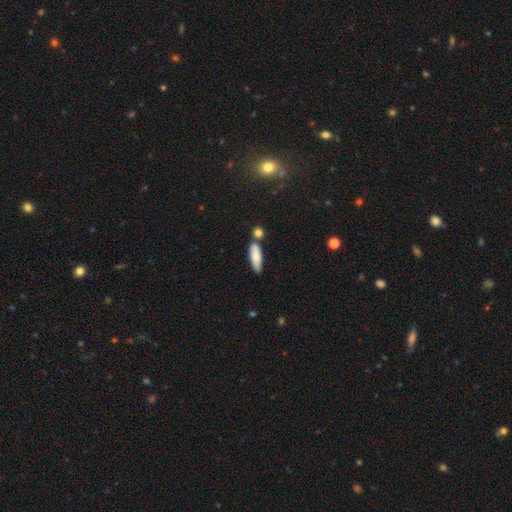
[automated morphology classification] smooth-or-featured: smooth: 80% | featured or disk: 13% | star or artifact: 7%
  how-rounded: in between: 51% | cigar-shaped: 47% | round: 2%
  merging: none: 68% | merger: 15% | minor disturbance: 14% | major disturbance: 3%